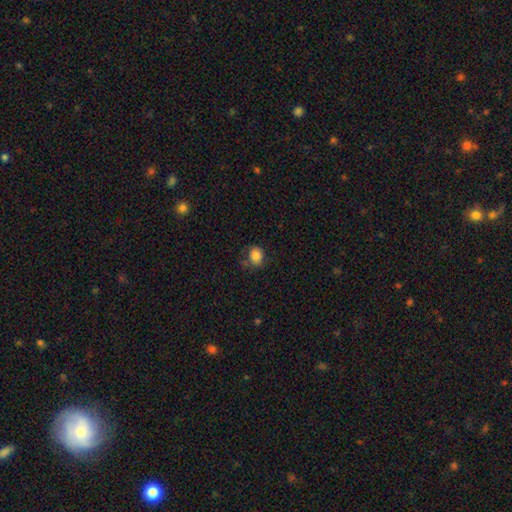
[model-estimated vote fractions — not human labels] smooth-or-featured: smooth: 85% | star or artifact: 10% | featured or disk: 5%
  how-rounded: round: 67% | in between: 33% | cigar-shaped: 1%
  merging: none: 69% | minor disturbance: 20% | major disturbance: 7% | merger: 4%